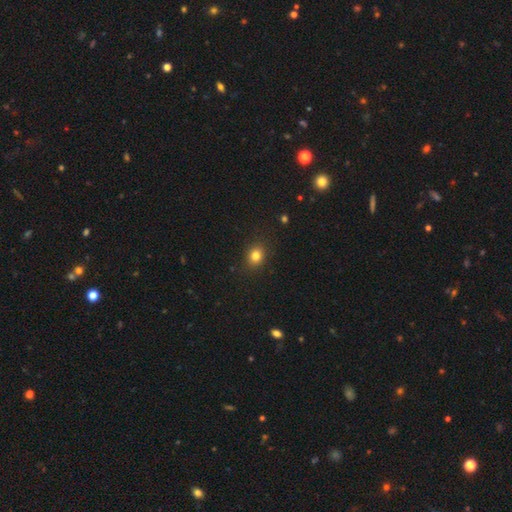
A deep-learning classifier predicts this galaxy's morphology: smooth_or_featured: smooth (p=0.82) [alt: star or artifact p=0.13]
how_rounded: round (p=0.64) [alt: in between p=0.36]
merging: none (p=0.88) [alt: minor disturbance p=0.08]